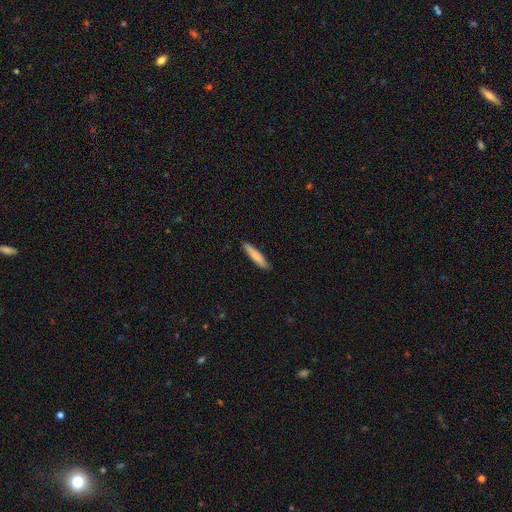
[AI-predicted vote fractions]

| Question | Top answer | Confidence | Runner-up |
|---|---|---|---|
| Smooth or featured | smooth | 81% | featured or disk (14%) |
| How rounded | cigar-shaped | 90% | in between (9%) |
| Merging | none | 90% | minor disturbance (8%) |